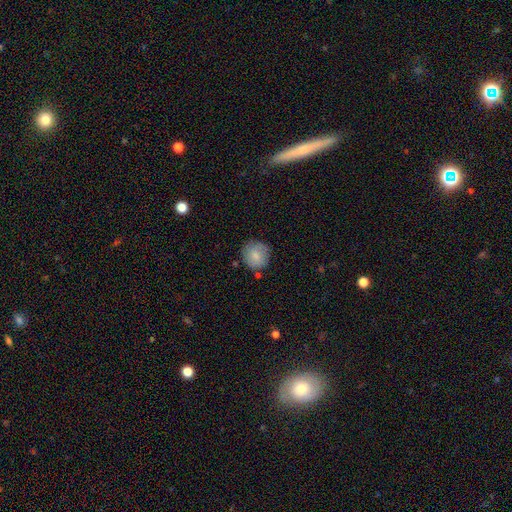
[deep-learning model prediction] Overall: smooth (80%). How rounded: round (90%). Merging: none (77%).